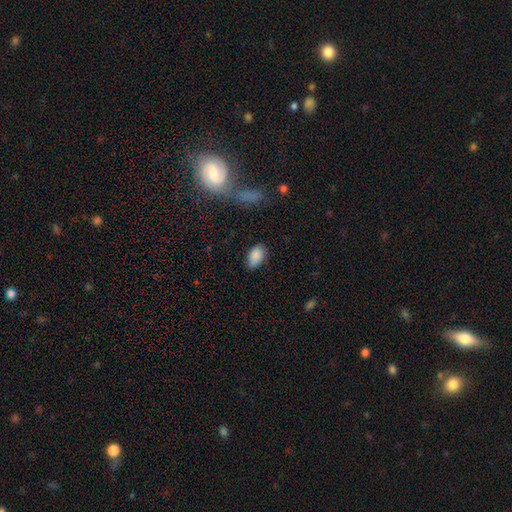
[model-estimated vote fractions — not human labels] Smooth or featured? smooth (88%)
How rounded? in between (93%)
Merging? none (78%)